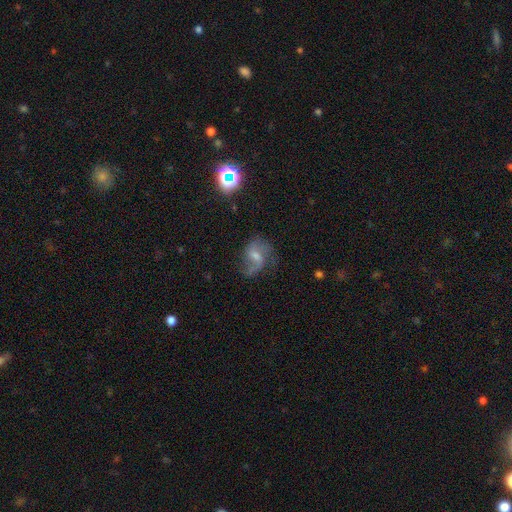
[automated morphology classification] Smooth or featured?
  - featured or disk: 71% *
  - smooth: 16%
  - star or artifact: 13%
Edge-on disk?
  - no: 97% *
  - yes: 3%
Bar?
  - weak: 53% *
  - no: 32%
  - strong: 15%
Spiral arms?
  - yes: 91% *
  - no: 9%
Spiral winding?
  - loose: 50% *
  - medium: 39%
  - tight: 11%
Spiral arm count?
  - 2: 68% *
  - 1: 17%
  - can't tell: 9%
  - 3: 3%
  - 4: 1%
  - more than 4: 1%
Bulge size?
  - small: 44% *
  - moderate: 41%
  - none: 10%
  - large: 3%
  - dominant: 1%
Merging?
  - none: 59% *
  - minor disturbance: 22%
  - major disturbance: 17%
  - merger: 2%